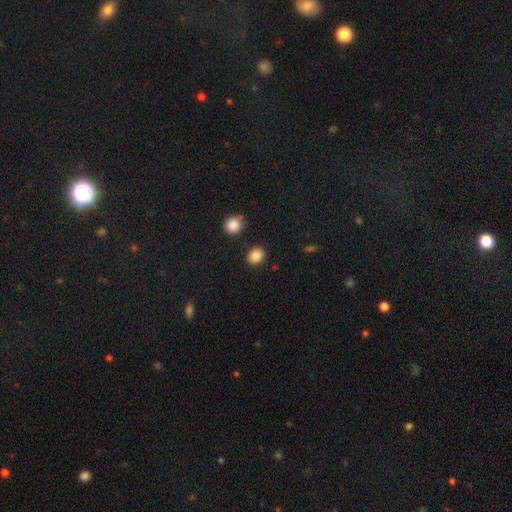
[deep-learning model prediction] smooth-or-featured: smooth: 87% | star or artifact: 9% | featured or disk: 4%
  how-rounded: round: 70% | in between: 29% | cigar-shaped: 1%
  merging: none: 88% | minor disturbance: 7% | merger: 3% | major disturbance: 2%